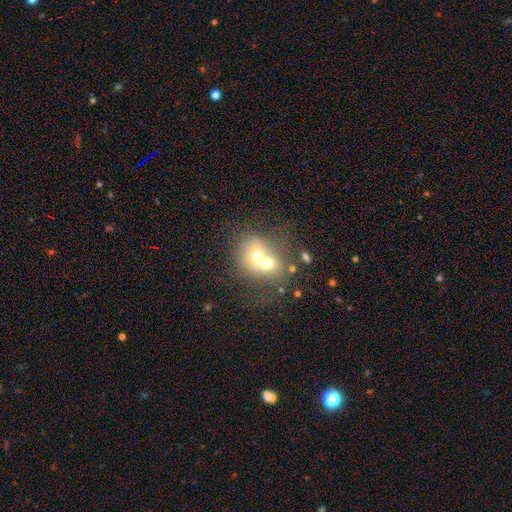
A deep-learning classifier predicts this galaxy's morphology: A smooth galaxy with no disk features (57%) that is round (65%). Merging: merger (73%).